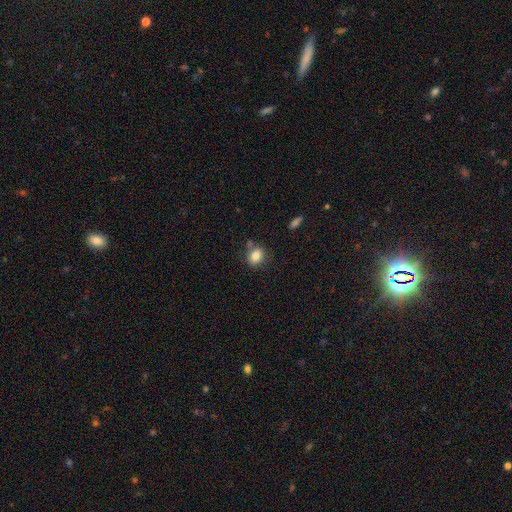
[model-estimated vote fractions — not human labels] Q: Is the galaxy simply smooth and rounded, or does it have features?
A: smooth — 83%.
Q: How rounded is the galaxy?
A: in between — 55%.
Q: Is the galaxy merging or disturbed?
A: none — 70%.